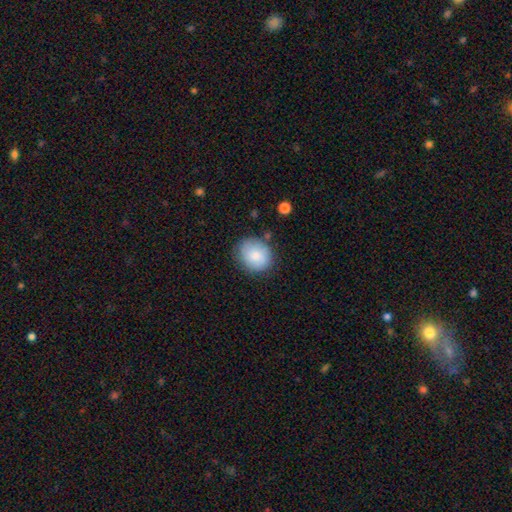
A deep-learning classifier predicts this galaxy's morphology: type=smooth (83%); roundness=round (69%); merging=none (77%).